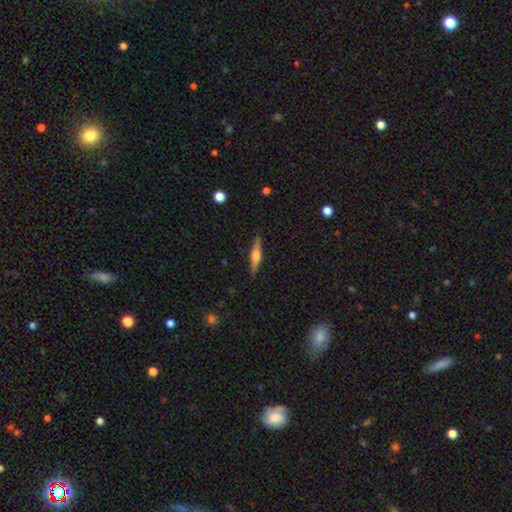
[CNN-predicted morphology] Smooth or featured? Predicted: featured or disk (p=0.63). Edge-on disk? Predicted: yes (p=0.97). Edge-on bulge? Predicted: rounded (p=0.82). Merging? Predicted: none (p=0.89).